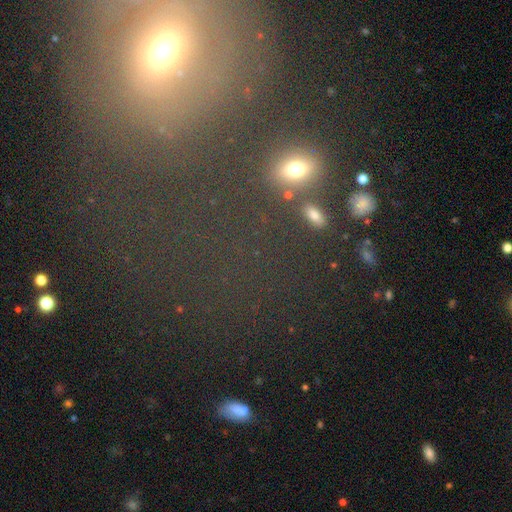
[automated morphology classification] Overall: smooth (42%; star or artifact 40%). Merging: none (60%).